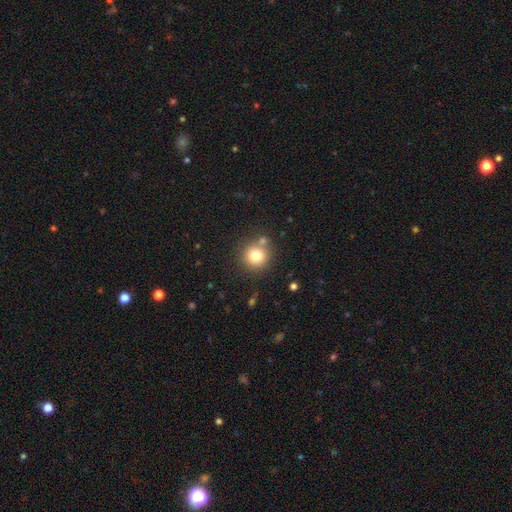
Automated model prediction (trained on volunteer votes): This appears to be a smooth galaxy with no disk features (78%) that is round (93%). Merging: none (78%).